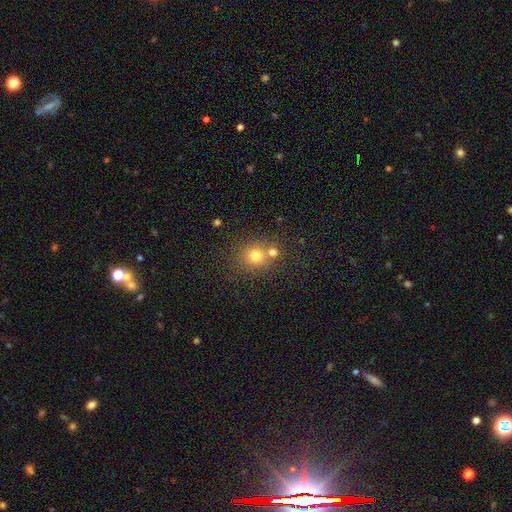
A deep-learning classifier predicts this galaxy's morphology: smooth_or_featured: smooth (p=0.75) [alt: star or artifact p=0.15]
how_rounded: round (p=0.86) [alt: in between p=0.13]
merging: none (p=0.58) [alt: merger p=0.30]